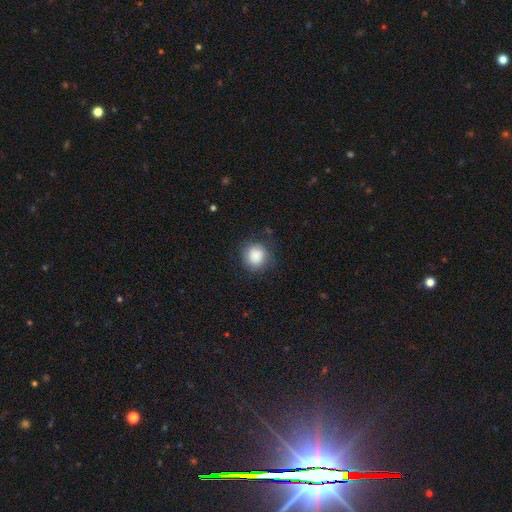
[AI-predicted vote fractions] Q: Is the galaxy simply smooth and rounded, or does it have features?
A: smooth — 87%.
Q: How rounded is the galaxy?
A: round — 88%.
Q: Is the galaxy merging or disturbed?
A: none — 83%.